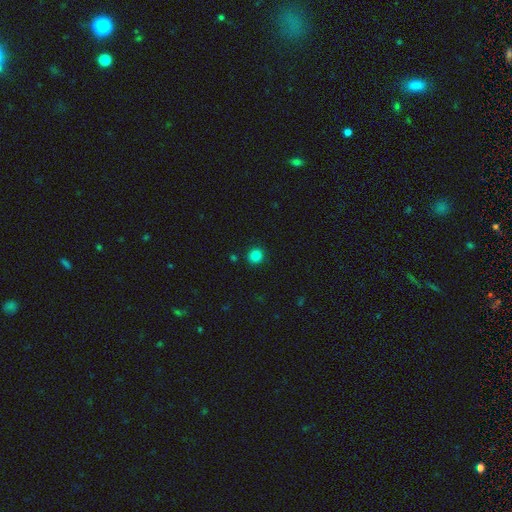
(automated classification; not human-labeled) smooth_or_featured: smooth (p=0.84) [alt: star or artifact p=0.12]
how_rounded: round (p=0.89) [alt: in between p=0.10]
merging: none (p=0.91) [alt: minor disturbance p=0.06]